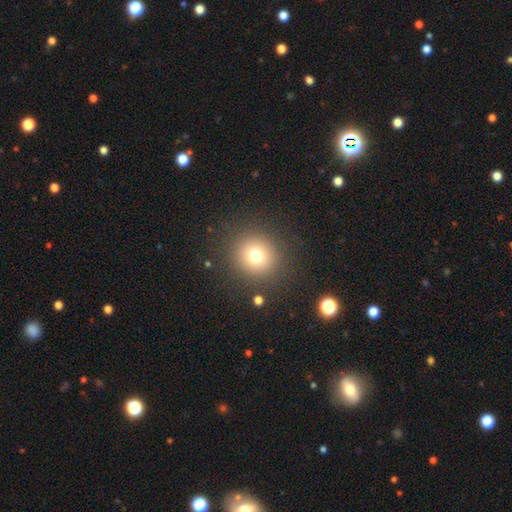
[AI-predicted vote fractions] This is likely a smooth galaxy (74%). How rounded: clearly round (92%). Merging: clearly none (88%).